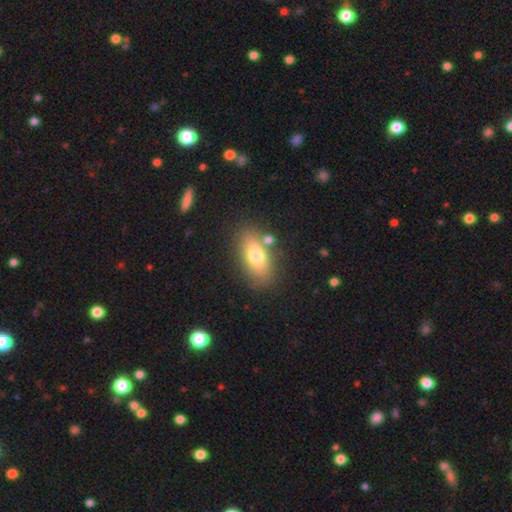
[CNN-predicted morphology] smooth_or_featured: smooth (p=0.74) [alt: featured or disk p=0.18]
how_rounded: in between (p=0.87) [alt: cigar-shaped p=0.08]
merging: none (p=0.79) [alt: minor disturbance p=0.11]